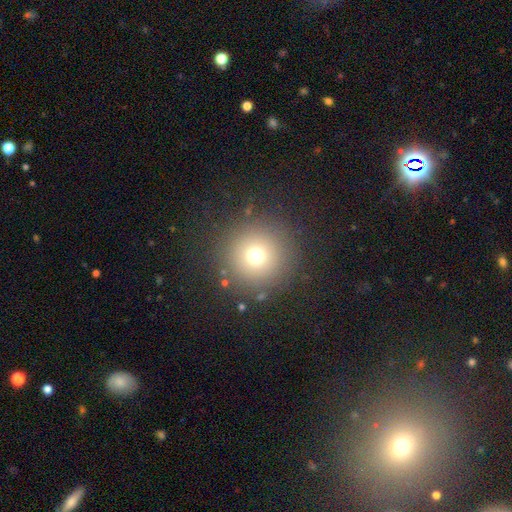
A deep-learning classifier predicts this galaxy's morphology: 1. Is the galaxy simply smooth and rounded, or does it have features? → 71% smooth, 17% star or artifact, 11% featured or disk.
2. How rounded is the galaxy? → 96% round, 3% in between, 1% cigar-shaped.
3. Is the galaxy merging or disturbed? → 87% none, 7% minor disturbance, 4% major disturbance, 2% merger.